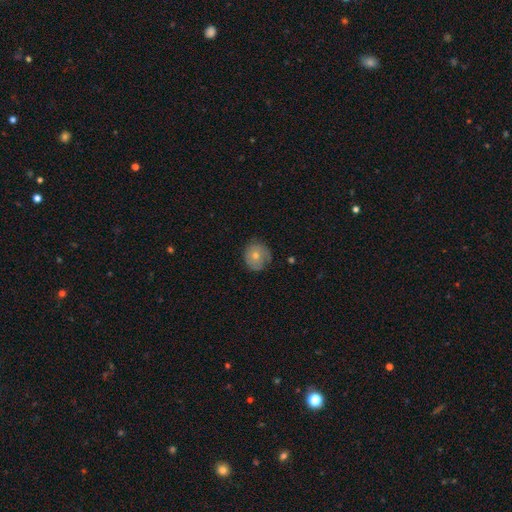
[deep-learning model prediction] smooth-or-featured: smooth: 63% | featured or disk: 29% | star or artifact: 8%
  how-rounded: round: 82% | in between: 17% | cigar-shaped: 1%
  merging: none: 70% | minor disturbance: 22% | major disturbance: 6% | merger: 1%